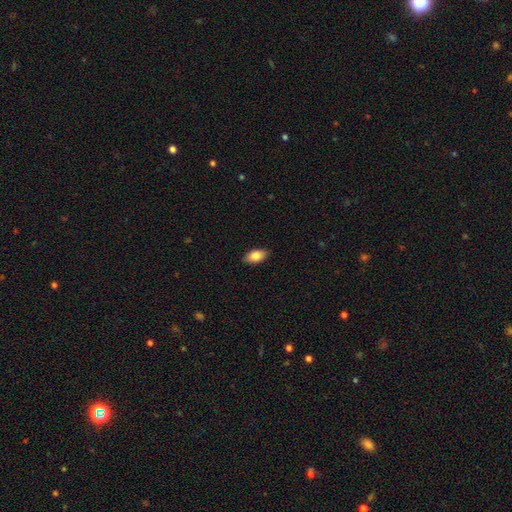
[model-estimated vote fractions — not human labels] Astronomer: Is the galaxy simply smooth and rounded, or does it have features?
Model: smooth — 84%.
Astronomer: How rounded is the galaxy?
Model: in between — 93%.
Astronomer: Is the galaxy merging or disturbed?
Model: none — 89%.